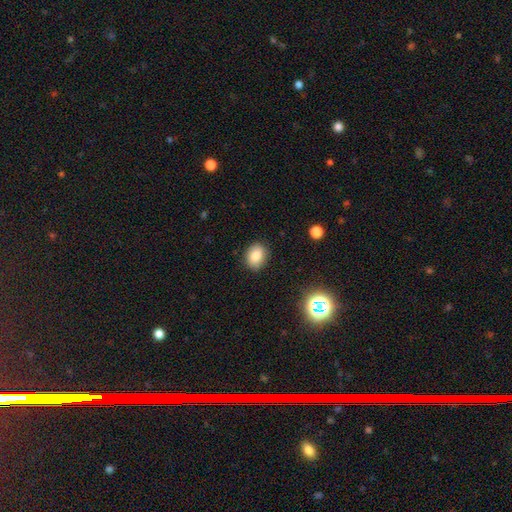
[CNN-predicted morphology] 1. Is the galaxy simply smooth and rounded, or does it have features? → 84% smooth, 10% star or artifact, 6% featured or disk.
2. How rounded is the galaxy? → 64% in between, 35% round, 1% cigar-shaped.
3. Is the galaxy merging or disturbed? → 85% none, 11% minor disturbance, 3% major disturbance, 1% merger.